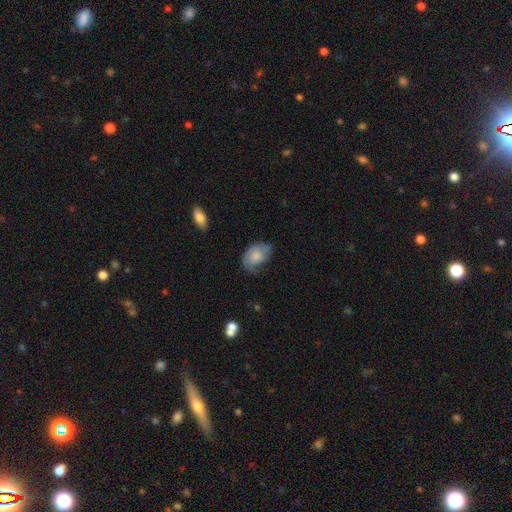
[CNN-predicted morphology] Smooth or featured?
  - smooth: 68% *
  - featured or disk: 25%
  - star or artifact: 7%
How rounded?
  - in between: 84% *
  - round: 15%
  - cigar-shaped: 1%
Merging?
  - none: 52% *
  - minor disturbance: 34%
  - major disturbance: 12%
  - merger: 2%